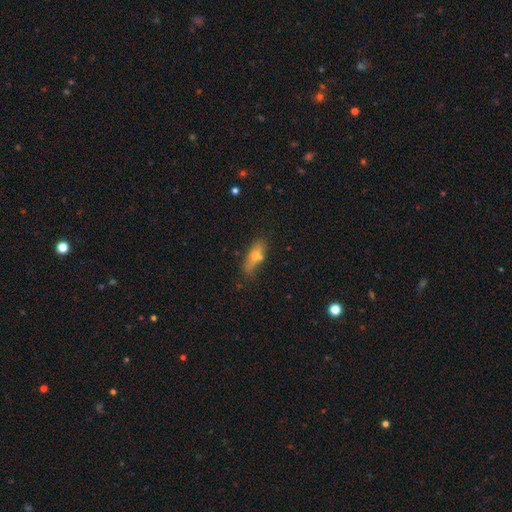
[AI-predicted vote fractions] smooth 62%, featured or disk 27%, star or artifact 11%. Down the decision tree: how rounded — in between (56%); merging — none (55%).